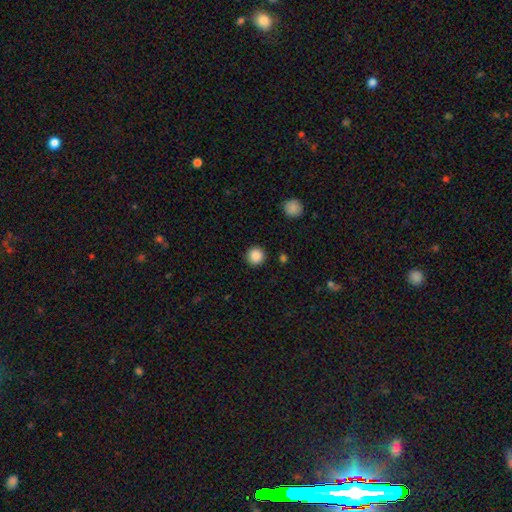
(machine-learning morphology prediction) A smooth galaxy with no disk features (87%) that is round (95%).

Vote fractions:
- Smooth or featured? smooth: 87% / star or artifact: 10% / featured or disk: 3%
- How rounded? round: 95% / in between: 4% / cigar-shaped: 1%
- Merging? none: 91% / minor disturbance: 5% / major disturbance: 2% / merger: 1%